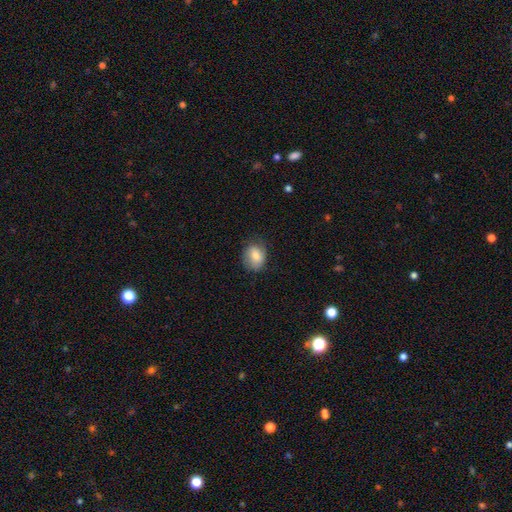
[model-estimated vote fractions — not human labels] smooth-or-featured: smooth: 76% | featured or disk: 17% | star or artifact: 8%
  how-rounded: in between: 55% | round: 44% | cigar-shaped: 1%
  merging: none: 73% | minor disturbance: 21% | major disturbance: 5% | merger: 1%